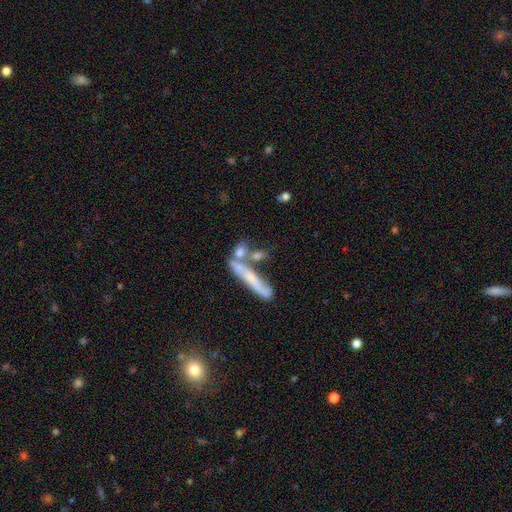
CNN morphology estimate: A smooth galaxy with no disk features (47%).

Vote fractions:
- Smooth or featured? smooth: 47% / featured or disk: 42% / star or artifact: 11%
- Merging? none: 40% / merger: 35% / minor disturbance: 15% / major disturbance: 10%